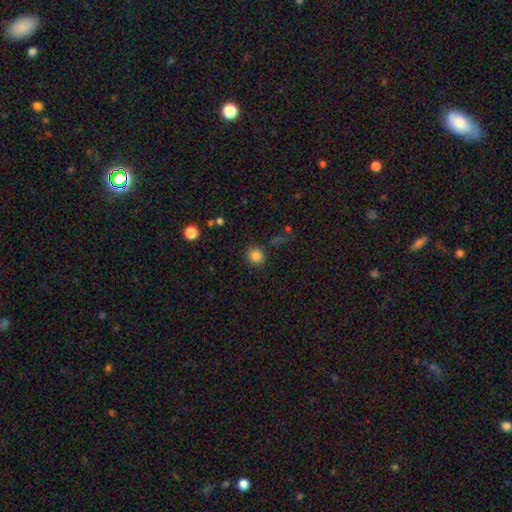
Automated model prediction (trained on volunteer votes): Smooth or featured: smooth — 83% (star or artifact — 12%)
How rounded: round — 87% (in between — 12%)
Merging: none — 84% (minor disturbance — 9%)